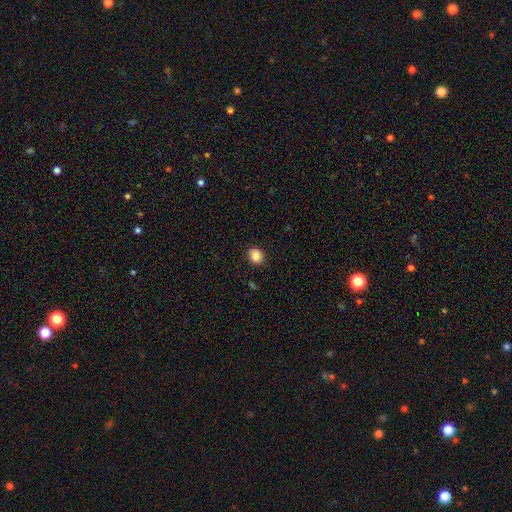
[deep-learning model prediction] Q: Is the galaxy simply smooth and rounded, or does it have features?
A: smooth — 86%.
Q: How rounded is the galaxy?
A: round — 72%.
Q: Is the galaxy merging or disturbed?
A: none — 89%.